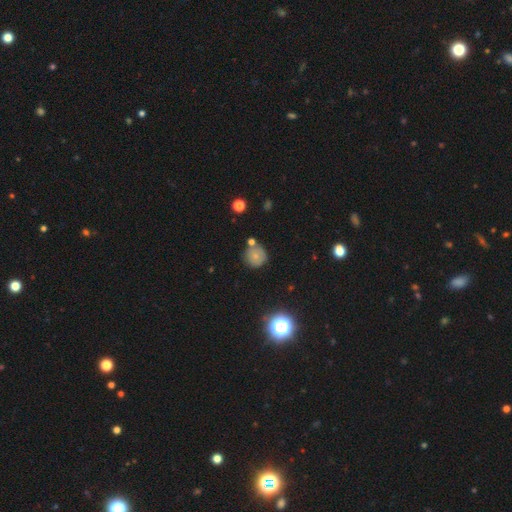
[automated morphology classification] Smooth or featured? Predicted: smooth (p=0.67). How rounded? Predicted: round (p=0.92). Merging? Predicted: none (p=0.69).